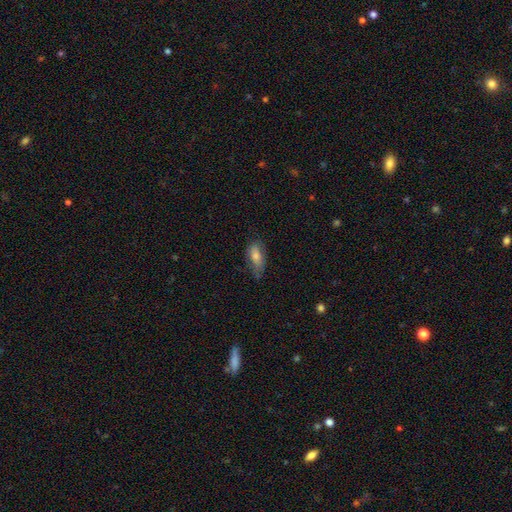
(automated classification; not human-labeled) Morphology: type=smooth (69%); roundness=in between (78%); merging=none (62%).